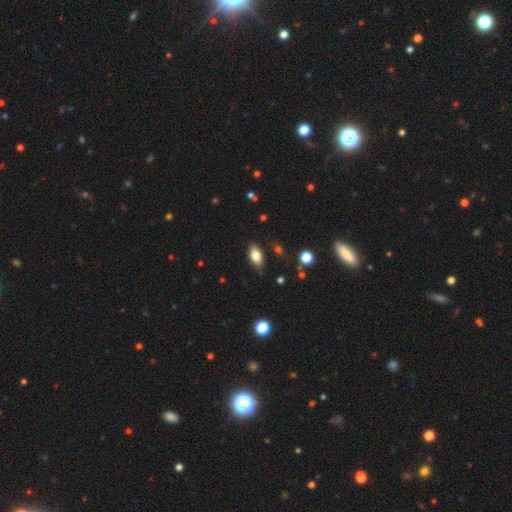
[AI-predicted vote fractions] smooth_or_featured: smooth (p=0.76) [alt: featured or disk p=0.16]
how_rounded: in between (p=0.88) [alt: cigar-shaped p=0.07]
merging: none (p=0.80) [alt: minor disturbance p=0.15]